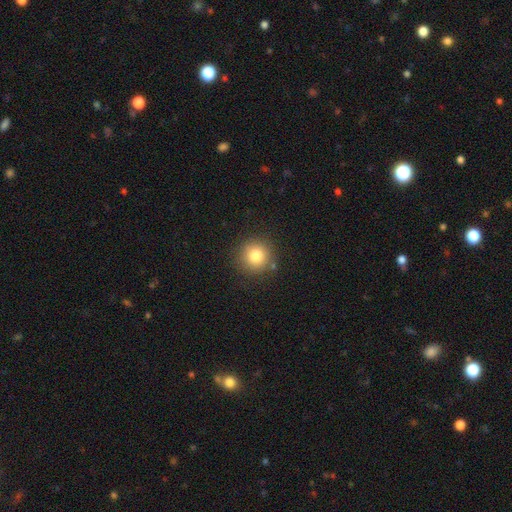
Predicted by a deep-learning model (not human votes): Smooth or featured: smooth — 82% (star or artifact — 11%)
How rounded: round — 93% (in between — 6%)
Merging: none — 85% (minor disturbance — 9%)